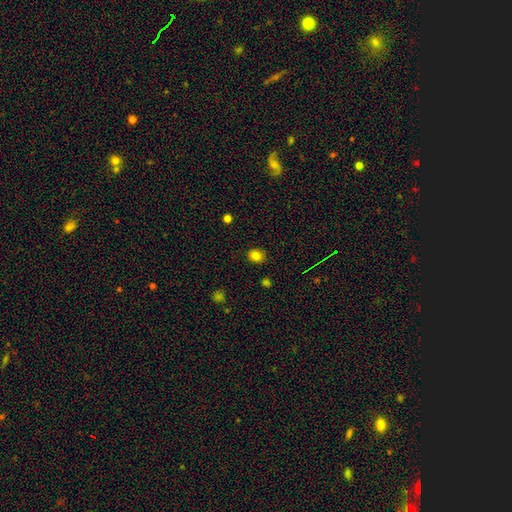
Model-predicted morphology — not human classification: Smooth or featured?
  - smooth: 81% *
  - star or artifact: 13%
  - featured or disk: 6%
How rounded?
  - round: 65% *
  - in between: 34%
  - cigar-shaped: 1%
Merging?
  - none: 88% *
  - minor disturbance: 9%
  - major disturbance: 2%
  - merger: 1%